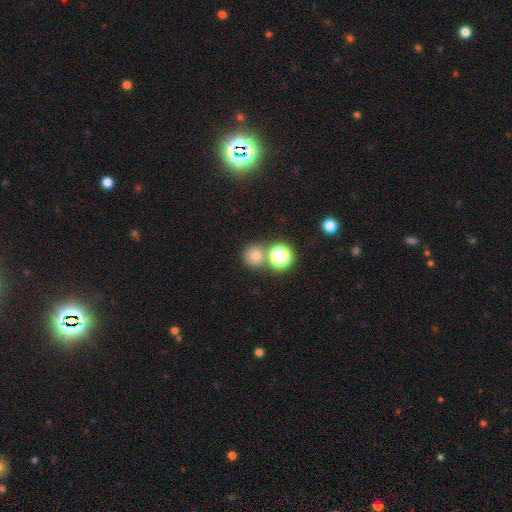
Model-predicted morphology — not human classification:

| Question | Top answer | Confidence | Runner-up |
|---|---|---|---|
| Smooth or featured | smooth | 72% | star or artifact (20%) |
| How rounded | round | 92% | in between (8%) |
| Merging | none | 70% | merger (20%) |